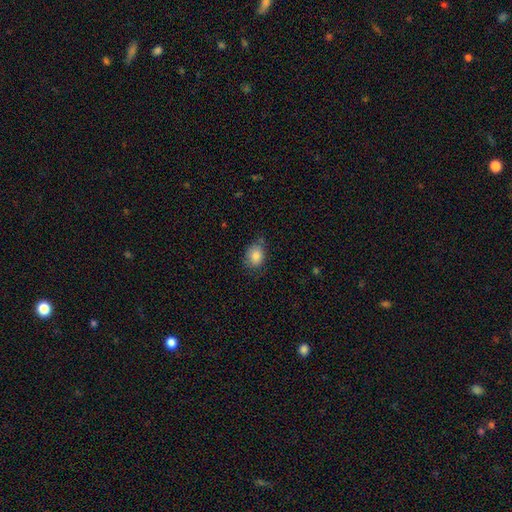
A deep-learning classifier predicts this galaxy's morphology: This appears to be a smooth galaxy with no disk features (85%) that is in between round and cigar-shaped (62%). Merging: none (64%).